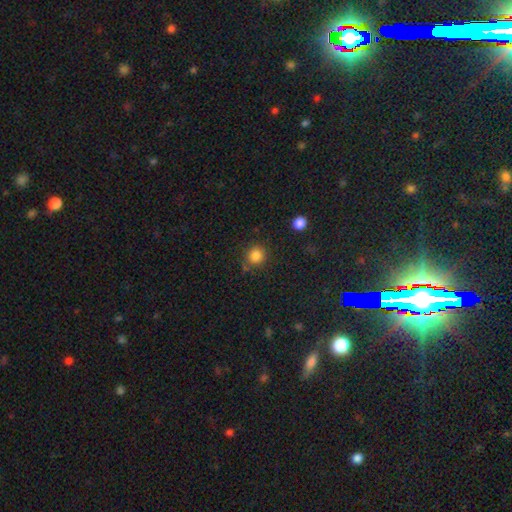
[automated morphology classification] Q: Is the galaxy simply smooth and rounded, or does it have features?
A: smooth — 84%.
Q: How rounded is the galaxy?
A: round — 90%.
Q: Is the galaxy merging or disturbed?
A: none — 81%.